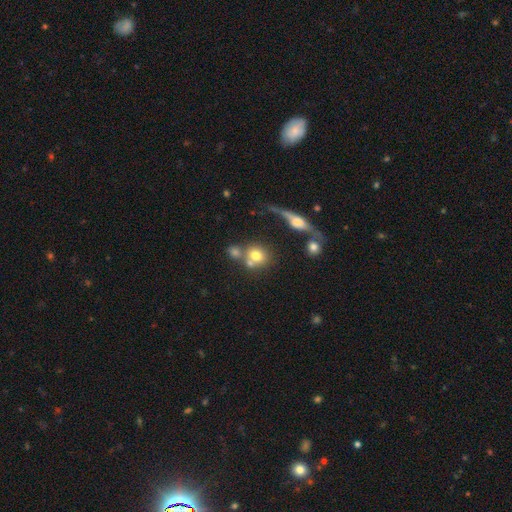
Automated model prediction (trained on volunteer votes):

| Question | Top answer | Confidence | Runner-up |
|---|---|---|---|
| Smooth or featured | smooth | 70% | featured or disk (18%) |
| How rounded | round | 82% | in between (16%) |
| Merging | none | 49% | merger (35%) |